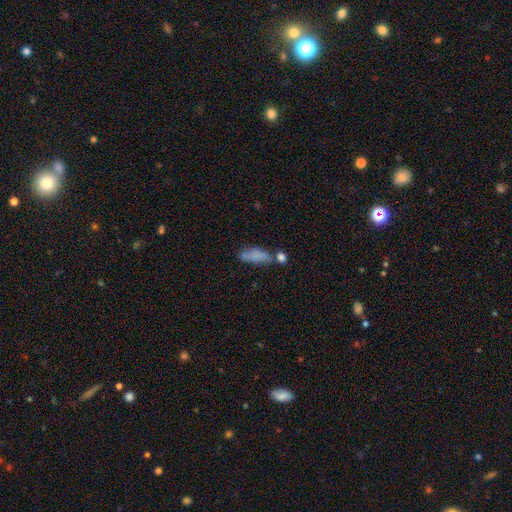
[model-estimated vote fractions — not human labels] Smooth or featured? Predicted: smooth (p=0.75). How rounded? Predicted: in between (p=0.64). Merging? Predicted: none (p=0.41).